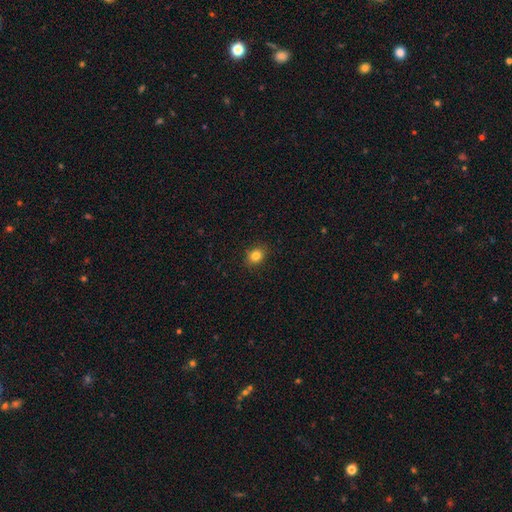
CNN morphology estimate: A smooth galaxy with no disk features (83%) that is round (55%). Merging: none (89%).